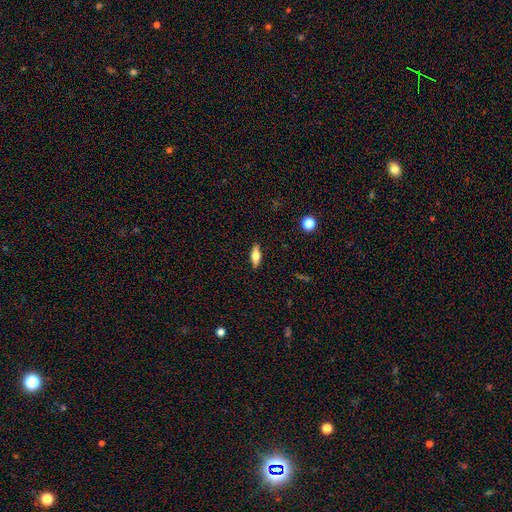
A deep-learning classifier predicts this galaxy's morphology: Smooth or featured? smooth (60%)
How rounded? in between (59%)
Merging? none (89%)